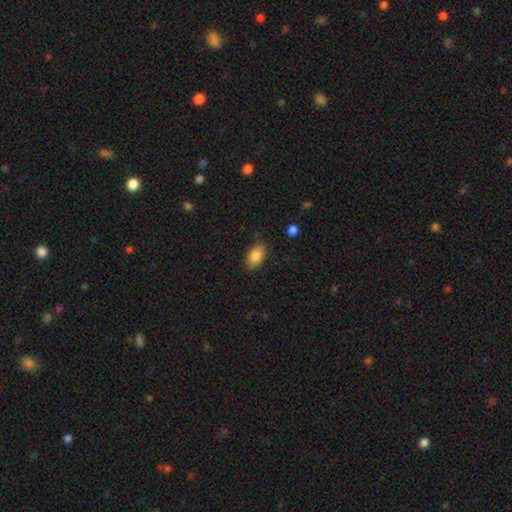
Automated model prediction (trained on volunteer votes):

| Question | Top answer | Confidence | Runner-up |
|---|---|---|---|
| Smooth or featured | smooth | 85% | star or artifact (8%) |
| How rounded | in between | 91% | round (6%) |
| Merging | none | 84% | minor disturbance (12%) |